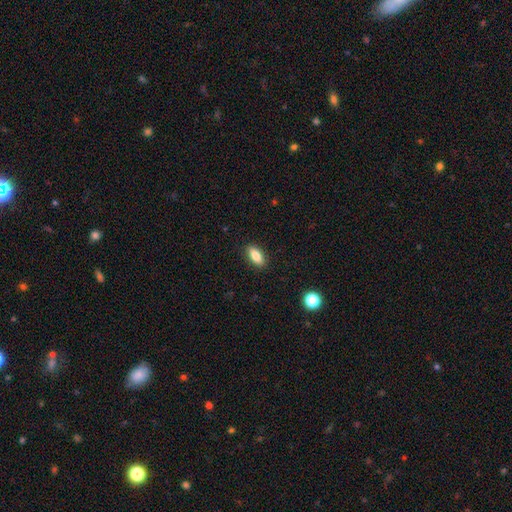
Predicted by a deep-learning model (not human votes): A smooth galaxy with no disk features (82%) that is in between round and cigar-shaped (84%).

Vote fractions:
- Smooth or featured? smooth: 82% / featured or disk: 10% / star or artifact: 8%
- How rounded? in between: 84% / cigar-shaped: 13% / round: 4%
- Merging? none: 89% / minor disturbance: 8% / major disturbance: 2% / merger: 1%